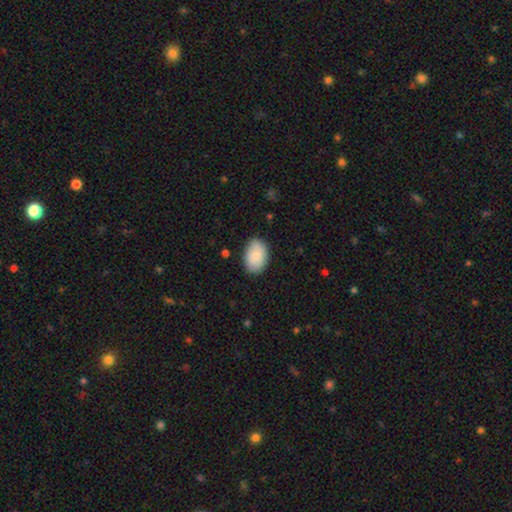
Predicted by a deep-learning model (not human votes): Smooth or featured? smooth (84%)
How rounded? in between (87%)
Merging? none (85%)